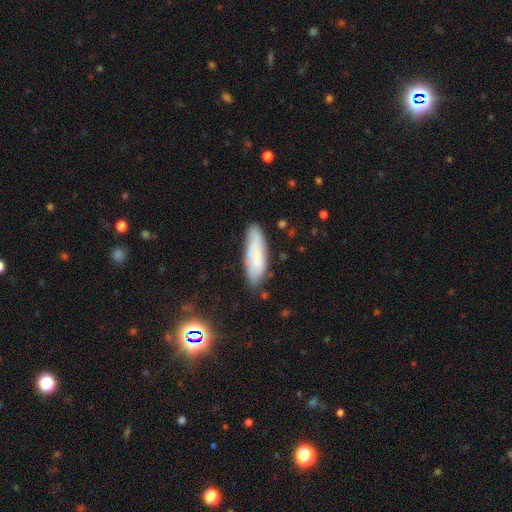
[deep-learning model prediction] Smooth or featured?
  - smooth: 68% *
  - featured or disk: 23%
  - star or artifact: 9%
How rounded?
  - cigar-shaped: 56% *
  - in between: 42%
  - round: 2%
Merging?
  - none: 75% *
  - minor disturbance: 19%
  - major disturbance: 4%
  - merger: 2%